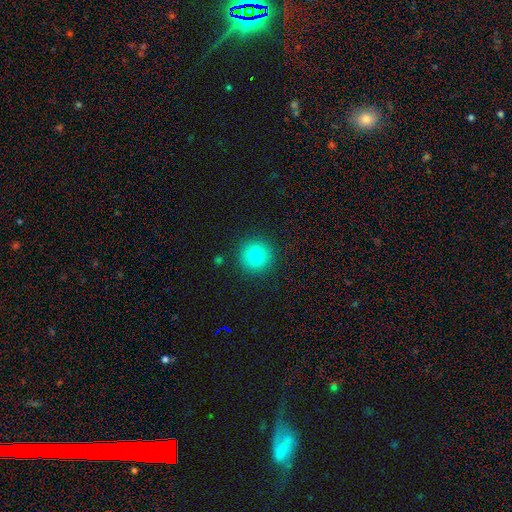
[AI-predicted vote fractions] Smooth or featured? Predicted: smooth (p=0.78). How rounded? Predicted: round (p=0.96). Merging? Predicted: none (p=0.91).